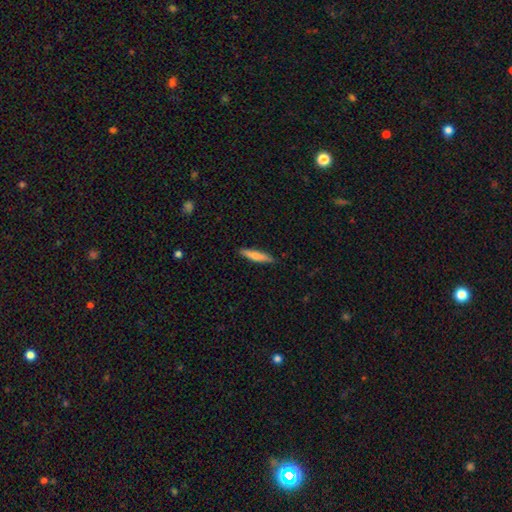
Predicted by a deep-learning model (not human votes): Q: Smooth or featured?
A: smooth (74%); runner-up: featured or disk (20%)
Q: How rounded?
A: cigar-shaped (86%); runner-up: in between (13%)
Q: Merging?
A: none (88%); runner-up: minor disturbance (9%)